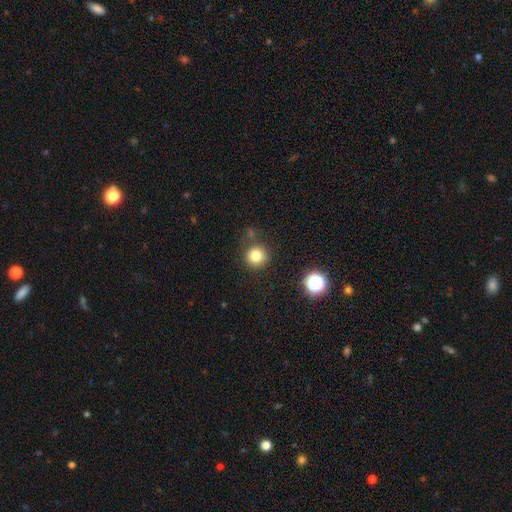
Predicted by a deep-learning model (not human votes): The model was most divided on "smooth or featured": smooth: 80%, star or artifact: 14%, featured or disk: 6%. More confident: how rounded — round (93%); merging — none (81%).